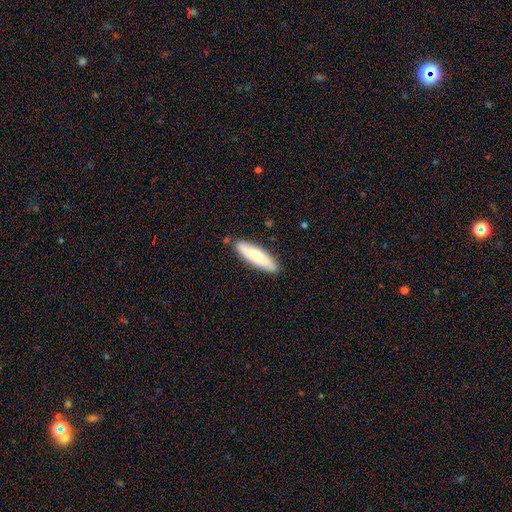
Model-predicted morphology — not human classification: smooth_or_featured: smooth (p=0.73) [alt: featured or disk p=0.22]
how_rounded: cigar-shaped (p=0.68) [alt: in between p=0.31]
merging: none (p=0.86) [alt: minor disturbance p=0.10]